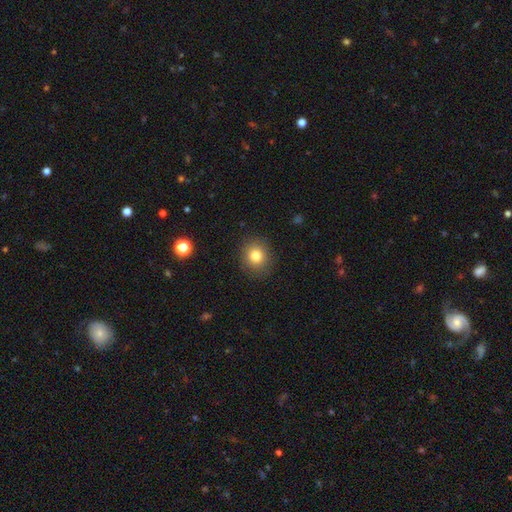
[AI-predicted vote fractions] smooth_or_featured: smooth (p=0.81) [alt: star or artifact p=0.11]
how_rounded: round (p=0.80) [alt: in between p=0.19]
merging: none (p=0.88) [alt: minor disturbance p=0.08]